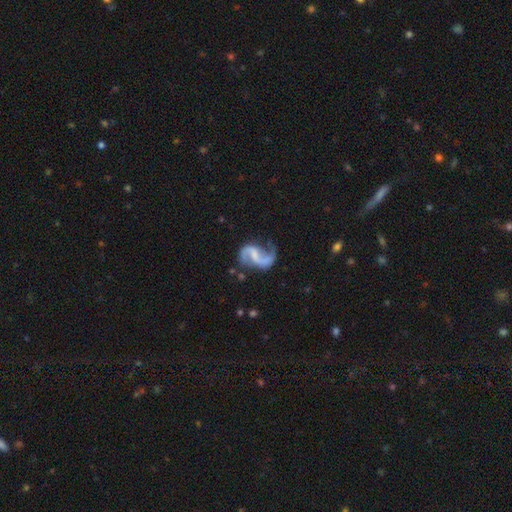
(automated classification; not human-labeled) A featured or disk galaxy (91%) with a weak bar (47%), 2 (92%) loose (62%) spiral arms (97%) and no central bulge (46%). Merging: none (67%).